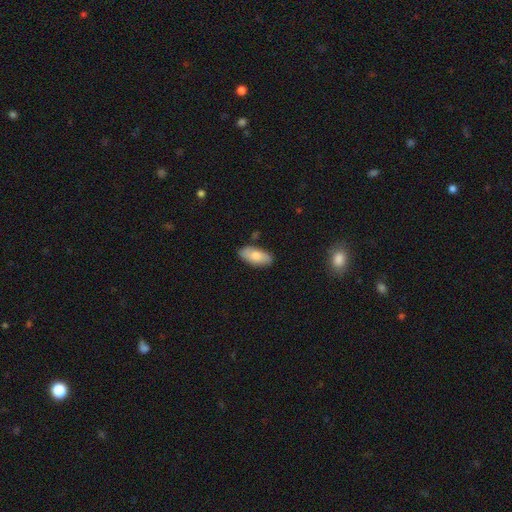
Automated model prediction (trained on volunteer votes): Q: Smooth or featured?
A: smooth (77%); runner-up: featured or disk (17%)
Q: How rounded?
A: in between (91%); runner-up: cigar-shaped (7%)
Q: Merging?
A: none (79%); runner-up: minor disturbance (16%)